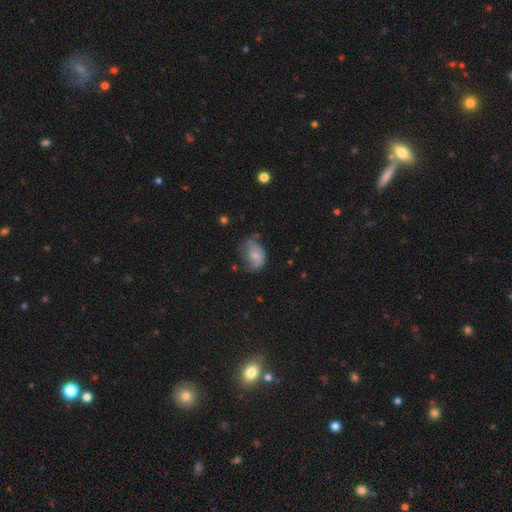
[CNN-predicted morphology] smooth-or-featured: smooth: 62% | featured or disk: 28% | star or artifact: 9%
  how-rounded: in between: 73% | round: 26% | cigar-shaped: 1%
  merging: minor disturbance: 38% | none: 35% | major disturbance: 24% | merger: 3%